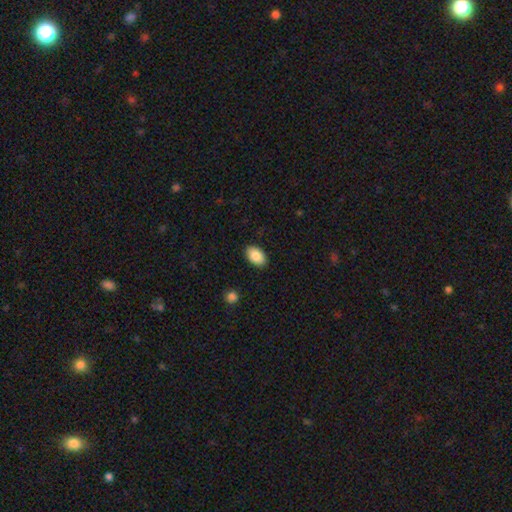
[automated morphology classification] This is clearly a smooth galaxy (88%). How rounded: clearly in between (91%). Merging: clearly none (89%).